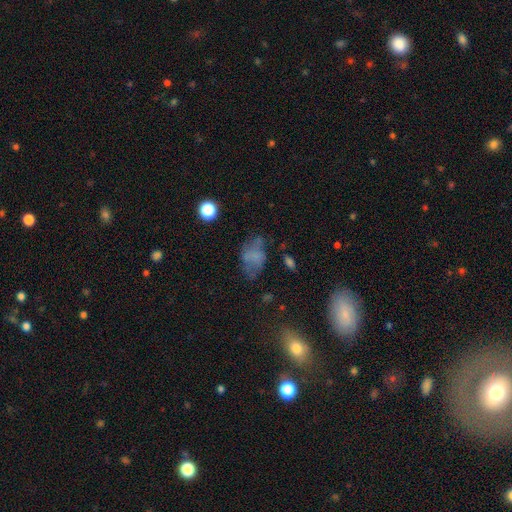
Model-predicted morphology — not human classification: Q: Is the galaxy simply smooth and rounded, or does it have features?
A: smooth — 55%.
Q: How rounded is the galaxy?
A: in between — 79%.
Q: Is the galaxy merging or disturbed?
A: none — 48%.